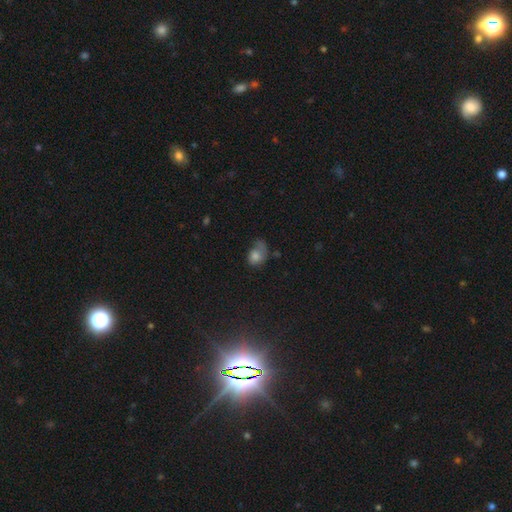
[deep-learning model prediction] smooth 67%, featured or disk 21%, star or artifact 12%. Down the decision tree: how rounded — in between (67%); merging — major disturbance (36%).